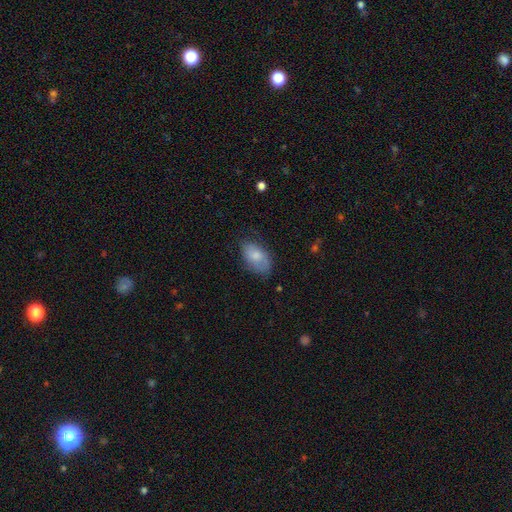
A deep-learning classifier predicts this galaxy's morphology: This is likely a smooth galaxy (75%). How rounded: clearly in between (93%). Merging: likely none (66%).